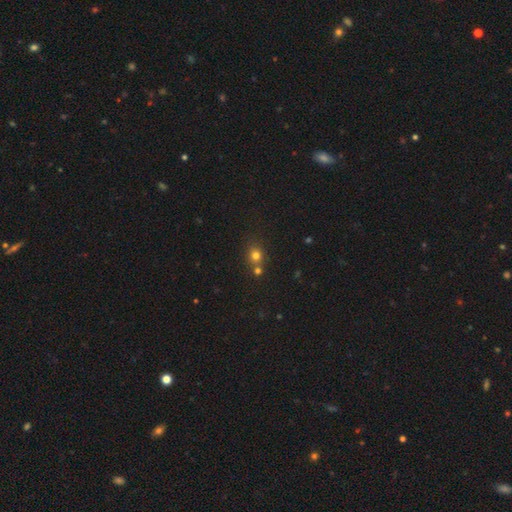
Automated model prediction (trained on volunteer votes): smooth 74%, star or artifact 18%, featured or disk 8%. Down the decision tree: how rounded — round (81%); merging — none (62%).